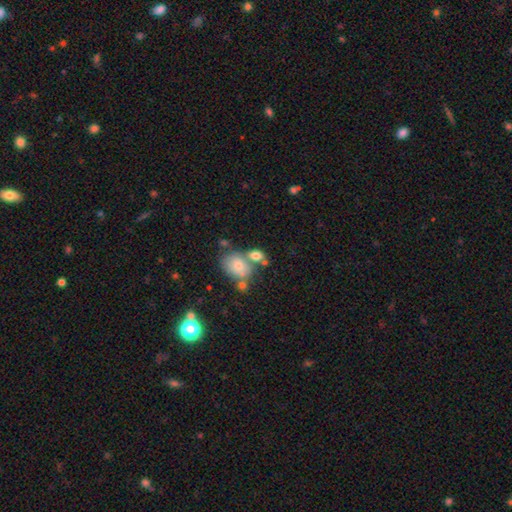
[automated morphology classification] A smooth galaxy with no disk features (74%) that is in between round and cigar-shaped (73%). Merging: none (41%).